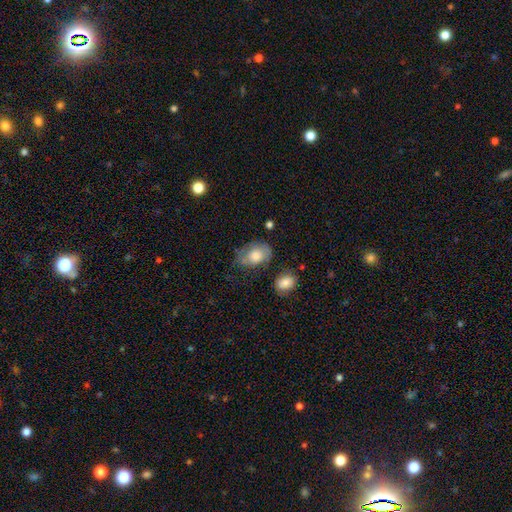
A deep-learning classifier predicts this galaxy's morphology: A smooth galaxy with no disk features (68%) that is in between round and cigar-shaped (83%). Merging: none (49%).